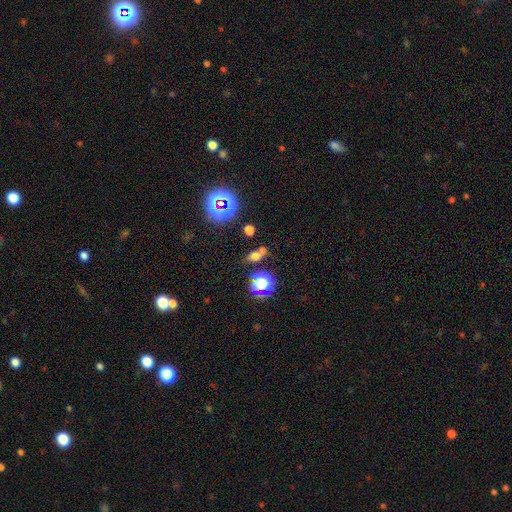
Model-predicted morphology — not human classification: The model was most divided on "how rounded": in between: 58%, round: 37%, cigar-shaped: 5%. More confident: smooth or featured — smooth (58%); merging — none (56%).